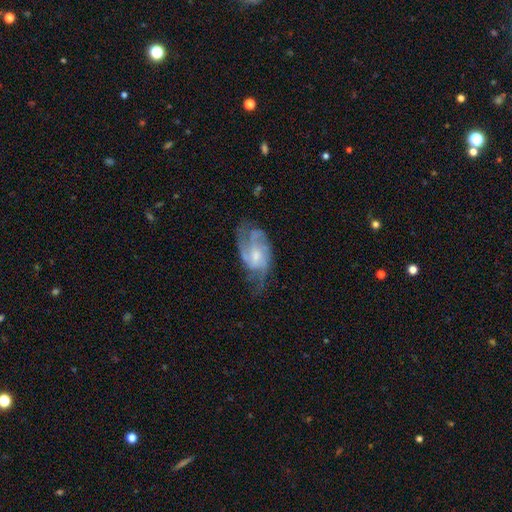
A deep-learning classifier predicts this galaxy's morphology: Smooth or featured? Predicted: featured or disk (p=0.79). Edge-on disk? Predicted: no (p=0.96). Bar? Predicted: no (p=0.52). Spiral arms? Predicted: yes (p=0.92). Spiral winding? Predicted: medium (p=0.47). Spiral arm count? Predicted: 2 (p=0.32). Bulge size? Predicted: moderate (p=0.46). Merging? Predicted: none (p=0.55).